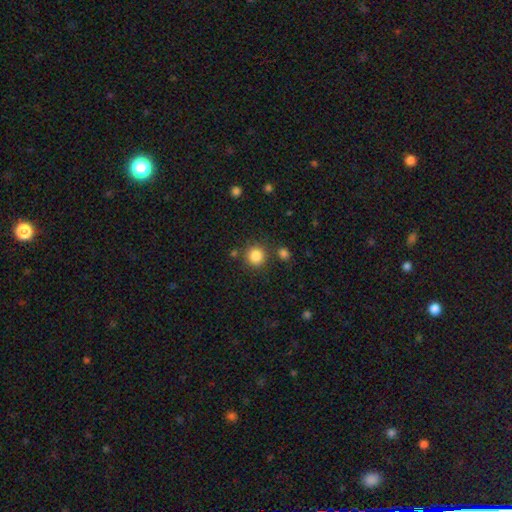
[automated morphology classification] The model was most divided on "merging": none: 82%, minor disturbance: 8%, merger: 7%, major disturbance: 3%. More confident: how rounded — round (92%); smooth or featured — smooth (85%).